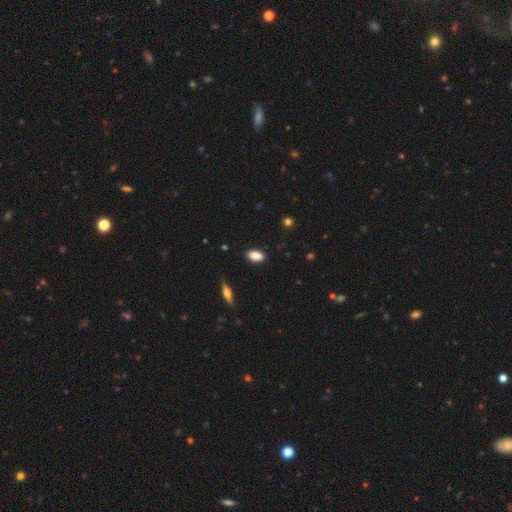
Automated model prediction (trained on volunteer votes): smooth-or-featured: smooth: 86% | star or artifact: 7% | featured or disk: 6%
  how-rounded: in between: 90% | cigar-shaped: 6% | round: 5%
  merging: none: 88% | minor disturbance: 9% | major disturbance: 2% | merger: 1%